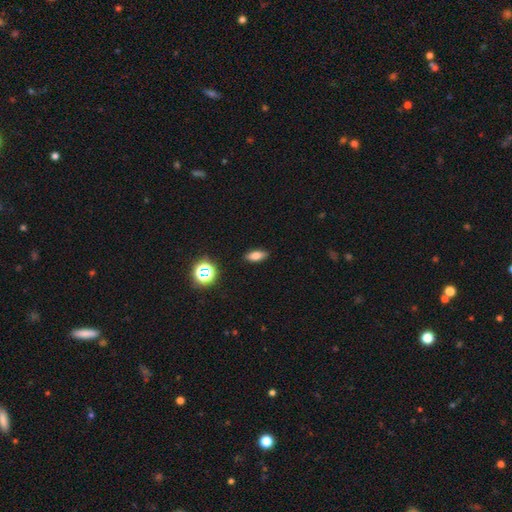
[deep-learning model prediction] smooth_or_featured: smooth (p=0.74) [alt: featured or disk p=0.13]
how_rounded: in between (p=0.78) [alt: cigar-shaped p=0.17]
merging: none (p=0.89) [alt: minor disturbance p=0.08]